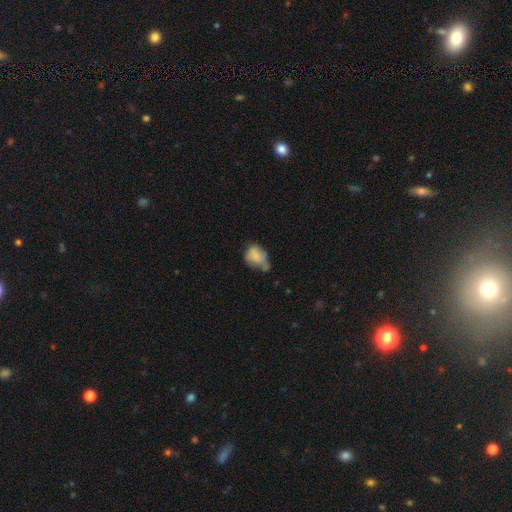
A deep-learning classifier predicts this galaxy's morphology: The model was most divided on "merging": minor disturbance: 37%, none: 30%, major disturbance: 18%, merger: 15%. More confident: smooth or featured — smooth (72%); how rounded — in between (72%).